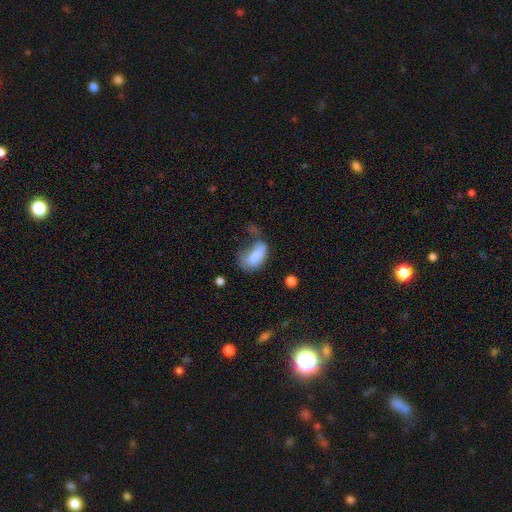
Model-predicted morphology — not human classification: smooth_or_featured: smooth (p=0.79) [alt: featured or disk p=0.13]
how_rounded: in between (p=0.90) [alt: cigar-shaped p=0.06]
merging: major disturbance (p=0.39) [alt: minor disturbance p=0.28]